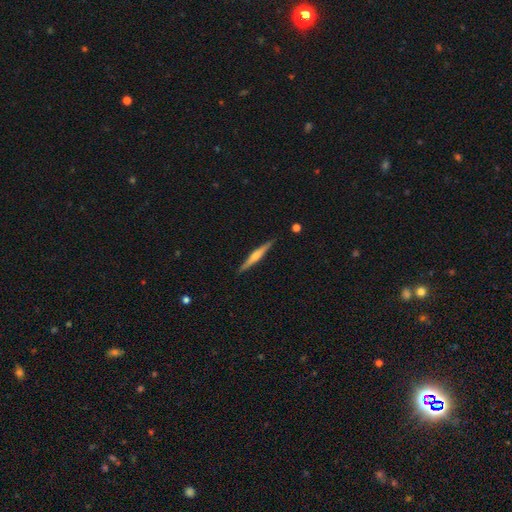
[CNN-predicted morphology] smooth-or-featured: featured or disk: 62% | smooth: 32% | star or artifact: 6%
  disk-edge-on: yes: 98% | no: 2%
    edge-on-bulge: rounded: 76% | none: 15% | boxy: 10%
  merging: none: 90% | minor disturbance: 7% | major disturbance: 1% | merger: 1%